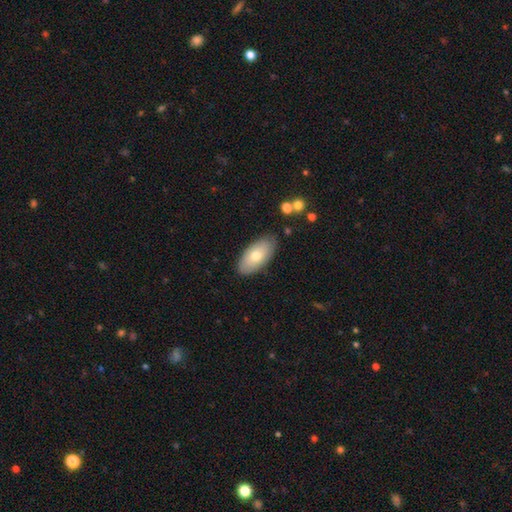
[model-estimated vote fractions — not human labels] The model was most divided on "smooth or featured": smooth: 69%, featured or disk: 25%, star or artifact: 6%. More confident: how rounded — in between (93%); merging — none (84%).